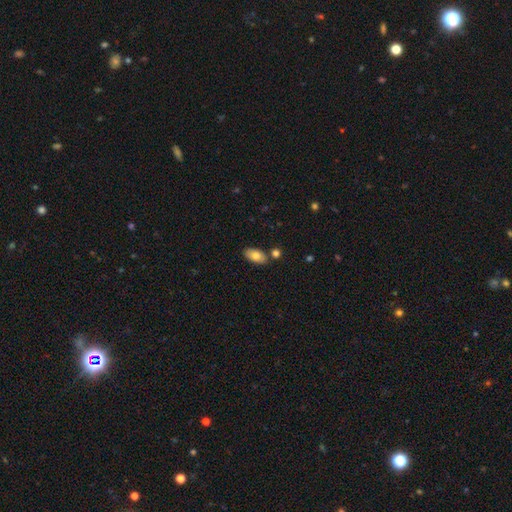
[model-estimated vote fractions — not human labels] A smooth galaxy with no disk features (79%) that is in between round and cigar-shaped (93%). Merging: none (79%).